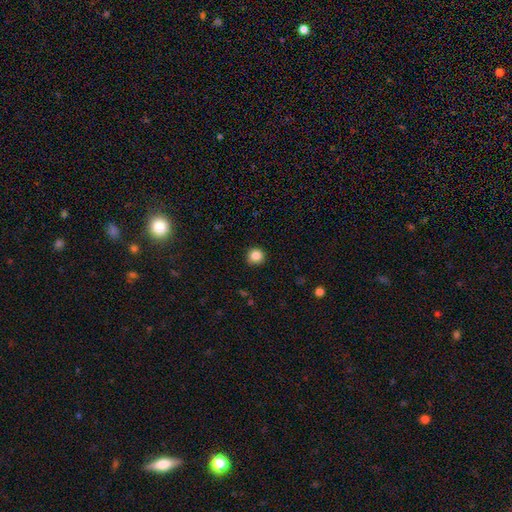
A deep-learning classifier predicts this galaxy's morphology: The model was most divided on "smooth or featured": smooth: 85%, star or artifact: 11%, featured or disk: 4%. More confident: how rounded — round (93%); merging — none (90%).